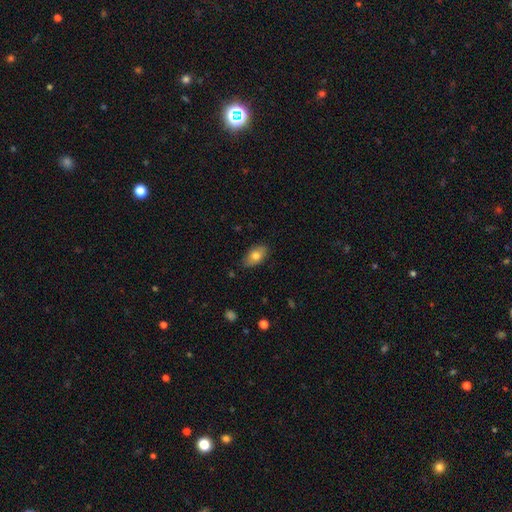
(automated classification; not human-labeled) This appears to be a smooth galaxy with no disk features (76%) that is in between round and cigar-shaped (91%). Merging: none (83%).